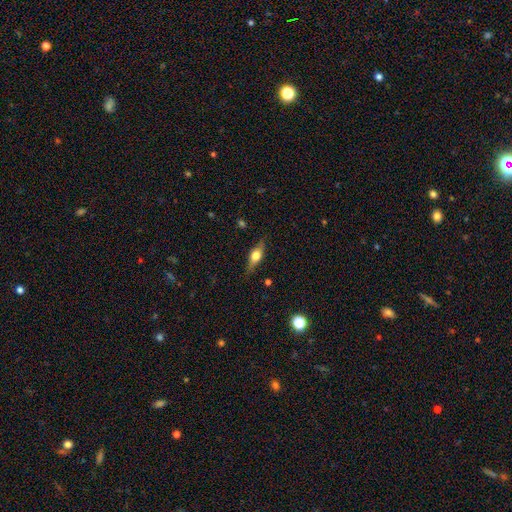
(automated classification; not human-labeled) Smooth or featured? smooth (47%)
Merging? none (80%)